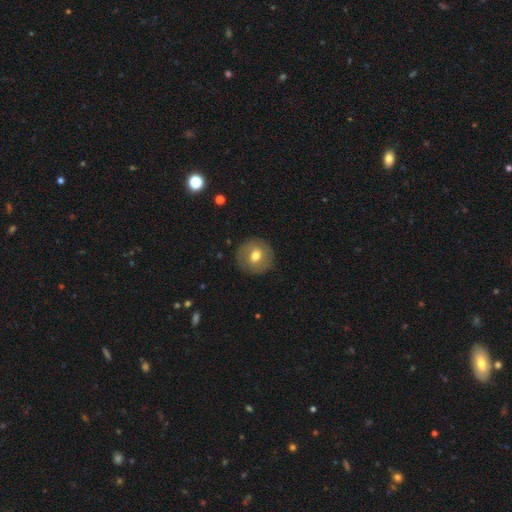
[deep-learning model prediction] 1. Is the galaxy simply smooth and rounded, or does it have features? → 64% smooth, 27% featured or disk, 9% star or artifact.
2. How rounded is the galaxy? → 91% round, 8% in between, 1% cigar-shaped.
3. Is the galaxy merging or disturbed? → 88% none, 8% minor disturbance, 3% major disturbance, 1% merger.